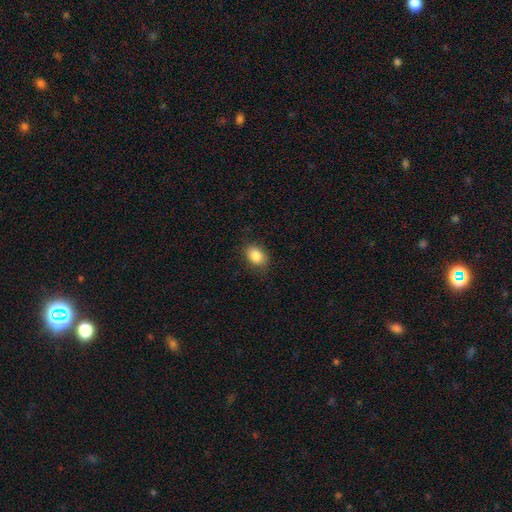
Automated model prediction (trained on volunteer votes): smooth-or-featured: smooth: 86% | star or artifact: 9% | featured or disk: 5%
  how-rounded: in between: 73% | round: 26% | cigar-shaped: 1%
  merging: none: 83% | minor disturbance: 13% | major disturbance: 3% | merger: 1%